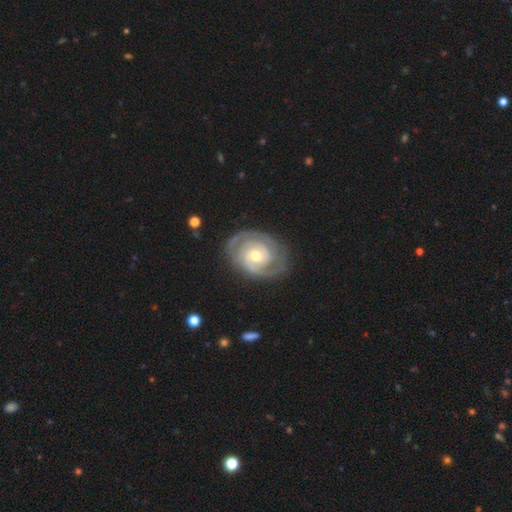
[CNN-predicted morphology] Smooth or featured? featured or disk (87%)
Edge-on disk? no (97%)
Bar? no (66%)
Spiral arms? yes (95%)
Spiral winding? tight (70%)
Spiral arm count? 2 (62%)
Bulge size? moderate (61%)
Merging? none (78%)